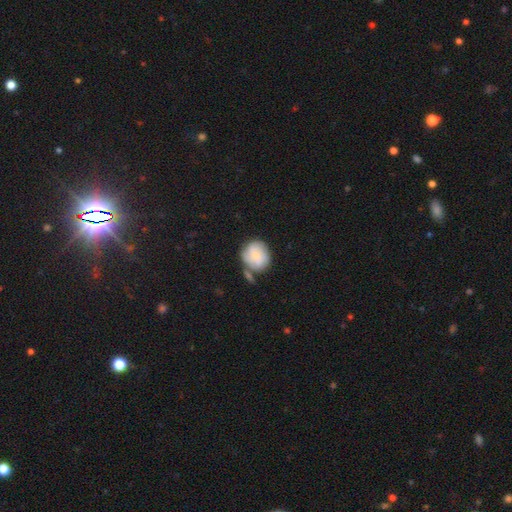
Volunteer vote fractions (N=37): A smooth galaxy with no disk features (57%) that is round (62%). Merging: none (36%).